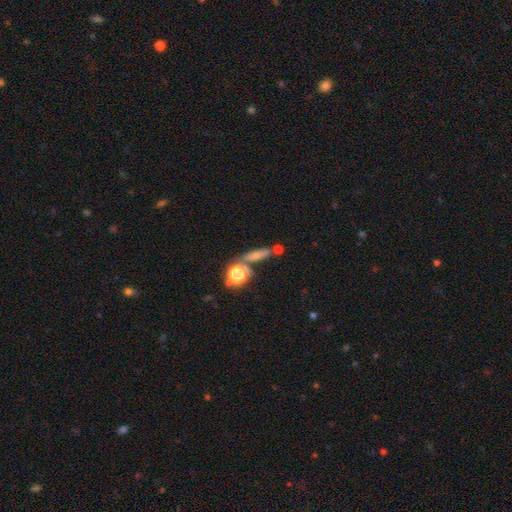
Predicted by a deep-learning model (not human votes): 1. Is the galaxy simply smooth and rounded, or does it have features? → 61% smooth, 20% featured or disk, 20% star or artifact.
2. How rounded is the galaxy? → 54% cigar-shaped, 27% in between, 19% round.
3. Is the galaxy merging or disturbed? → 64% none, 17% merger, 13% minor disturbance, 6% major disturbance.